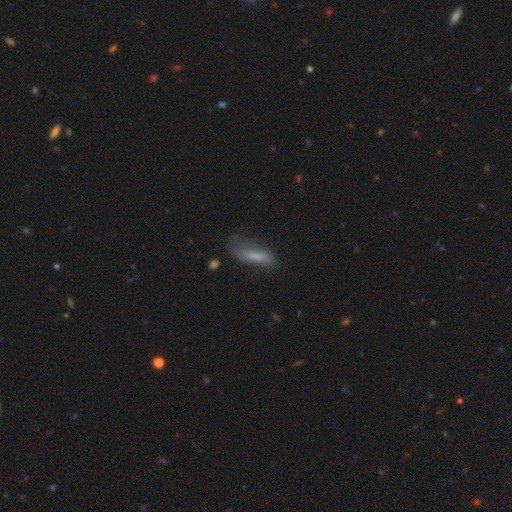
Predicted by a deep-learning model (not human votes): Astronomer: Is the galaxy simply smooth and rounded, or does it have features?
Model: smooth — 66%.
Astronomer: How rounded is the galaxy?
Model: cigar-shaped — 62%.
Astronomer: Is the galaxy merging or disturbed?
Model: none — 45% (runner-up: minor disturbance, 30%).